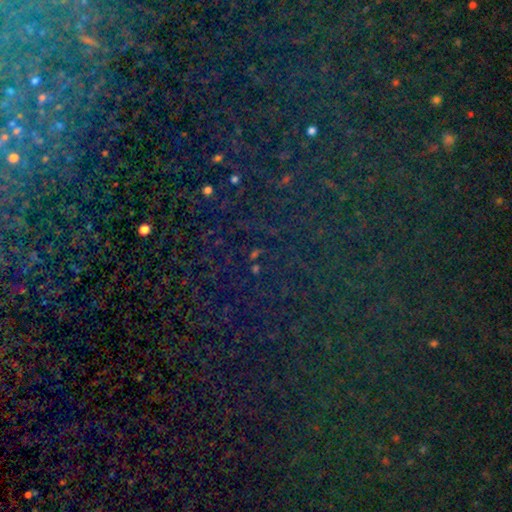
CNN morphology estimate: Smooth or featured?
  - star or artifact: 83% *
  - smooth: 10%
  - featured or disk: 7%